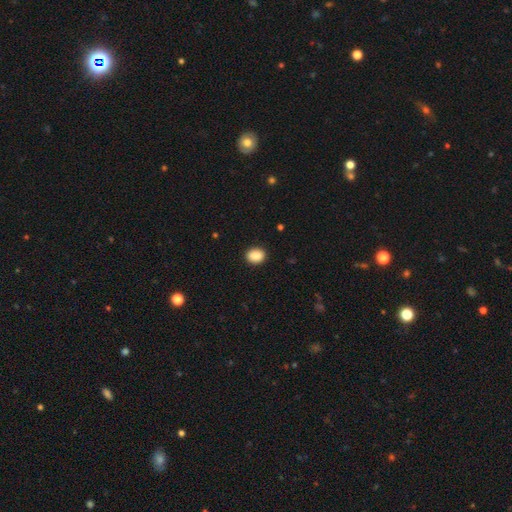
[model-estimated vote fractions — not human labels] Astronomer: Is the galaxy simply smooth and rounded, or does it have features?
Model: smooth — 89%.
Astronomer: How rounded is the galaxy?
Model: in between — 57% (runner-up: round, 42%).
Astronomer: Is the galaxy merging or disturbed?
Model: none — 90%.